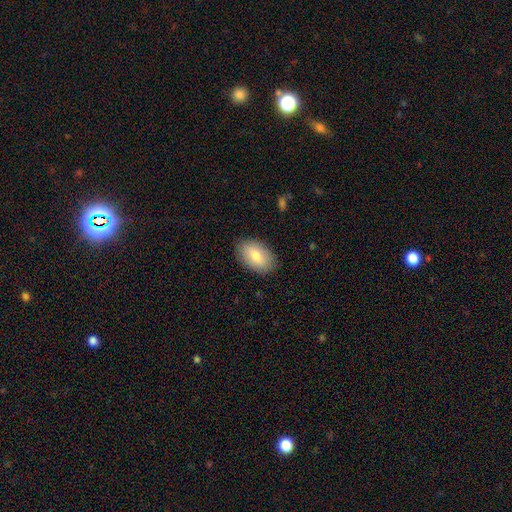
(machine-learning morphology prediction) type=smooth (78%); roundness=in between (92%); merging=none (87%).